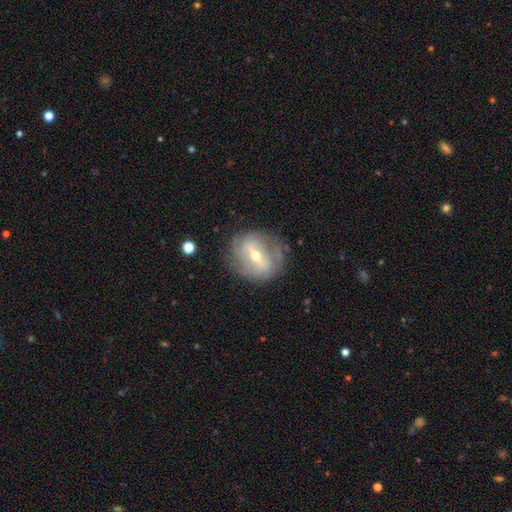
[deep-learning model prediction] Q: Smooth or featured?
A: featured or disk (78%); runner-up: smooth (15%)
Q: Edge-on disk?
A: no (93%); runner-up: yes (7%)
Q: Bar?
A: strong (50%); runner-up: weak (36%)
Q: Spiral arms?
A: yes (78%); runner-up: no (22%)
Q: Spiral winding?
A: tight (53%); runner-up: medium (33%)
Q: Spiral arm count?
A: 2 (43%); runner-up: can't tell (35%)
Q: Bulge size?
A: moderate (53%); runner-up: small (43%)
Q: Merging?
A: none (72%); runner-up: minor disturbance (18%)